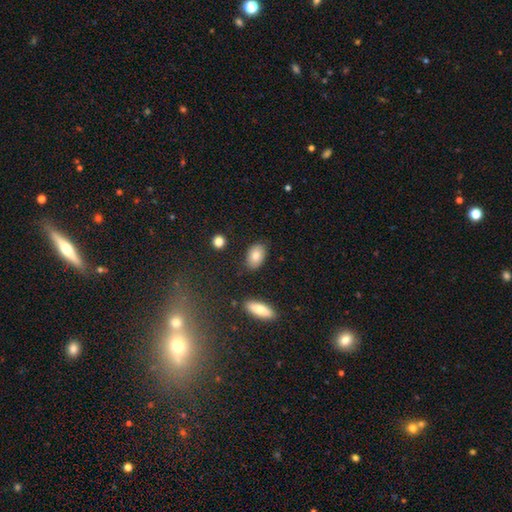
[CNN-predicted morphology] Smooth or featured?
  - smooth: 81% *
  - featured or disk: 11%
  - star or artifact: 7%
How rounded?
  - in between: 89% *
  - round: 9%
  - cigar-shaped: 2%
Merging?
  - none: 82% *
  - minor disturbance: 12%
  - major disturbance: 3%
  - merger: 3%